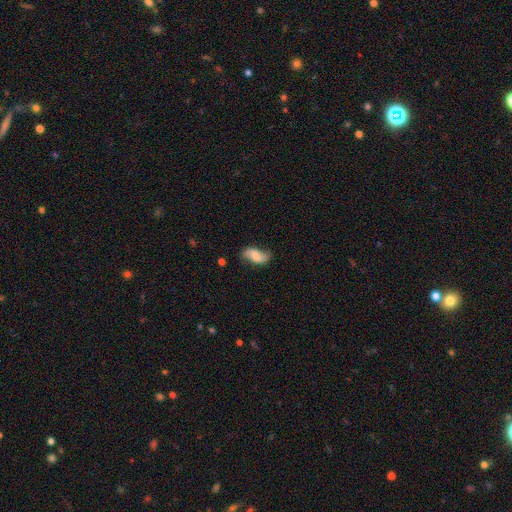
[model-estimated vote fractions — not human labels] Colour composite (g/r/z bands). It shows a featured or disk galaxy (53%) with no bar (58%), spiral arms (89%) and a moderate central bulge (48%). Merging: none (71%).